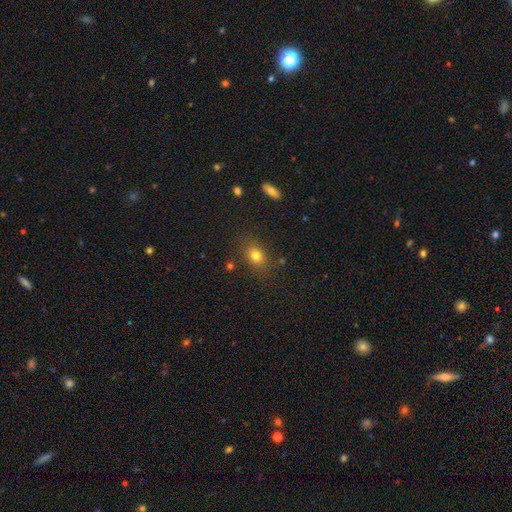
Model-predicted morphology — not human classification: type=smooth (77%); roundness=in between (56%); merging=none (78%).